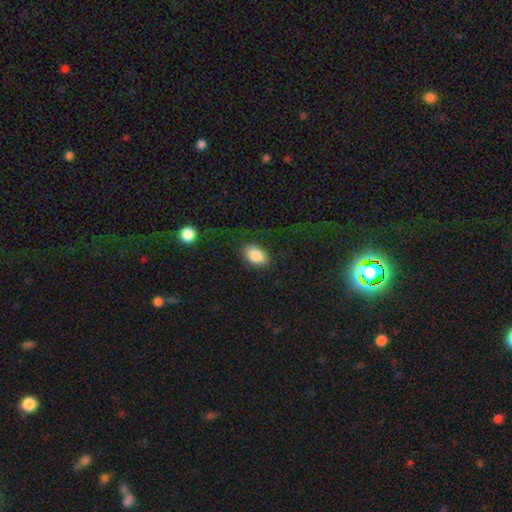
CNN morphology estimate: smooth-or-featured: smooth: 86% | star or artifact: 7% | featured or disk: 6%
  how-rounded: in between: 89% | round: 10% | cigar-shaped: 1%
  merging: none: 83% | minor disturbance: 12% | major disturbance: 4% | merger: 1%